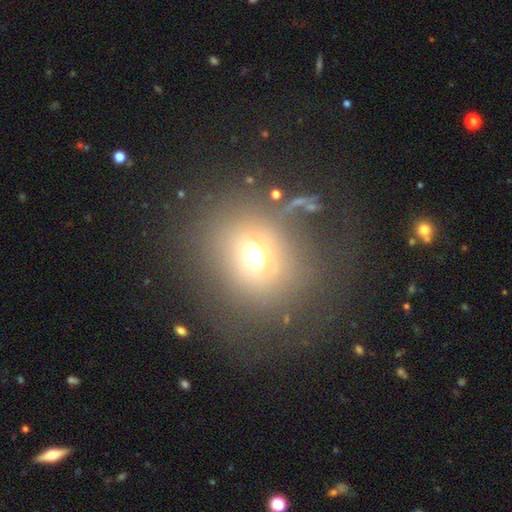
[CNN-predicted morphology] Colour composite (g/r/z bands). It shows a smooth galaxy with no disk features (63%) that is round (65%). Merging: none (61%).